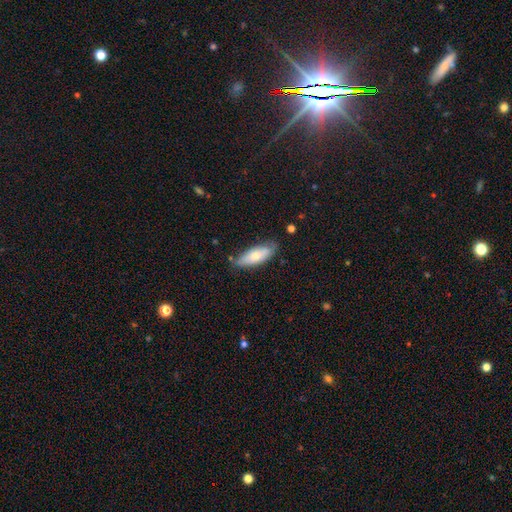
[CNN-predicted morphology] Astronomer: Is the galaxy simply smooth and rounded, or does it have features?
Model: smooth — 65%.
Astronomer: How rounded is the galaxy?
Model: in between — 71%.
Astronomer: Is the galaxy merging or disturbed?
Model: none — 71%.